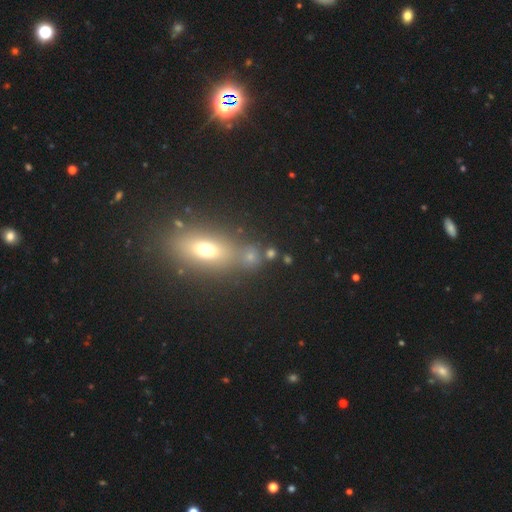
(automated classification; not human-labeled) Smooth or featured? Predicted: smooth (p=0.51). How rounded? Predicted: in between (p=0.59). Merging? Predicted: none (p=0.70).